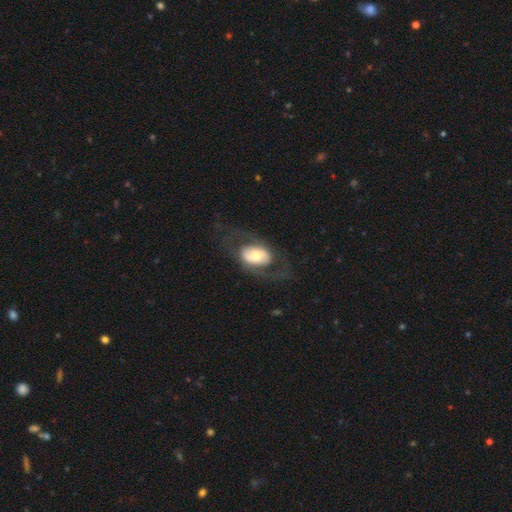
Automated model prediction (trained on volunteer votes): Smooth or featured? Predicted: featured or disk (p=0.55). Edge-on disk? Predicted: no (p=0.91). Bar? Predicted: no (p=0.64). Spiral arms? Predicted: no (p=0.55). Bulge size? Predicted: moderate (p=0.65). Merging? Predicted: none (p=0.65).